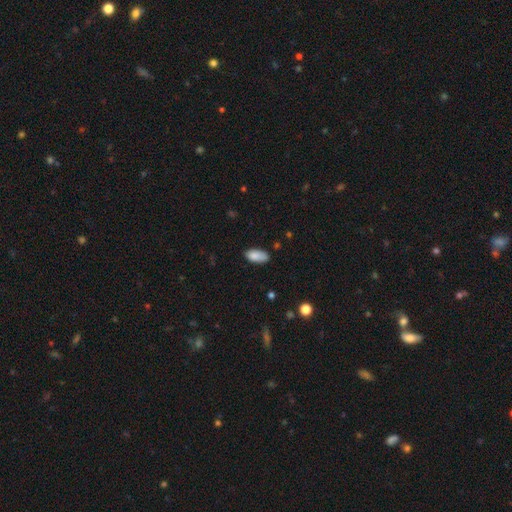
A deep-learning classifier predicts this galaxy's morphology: Q: Smooth or featured?
A: smooth (87%); runner-up: star or artifact (7%)
Q: How rounded?
A: in between (92%); runner-up: cigar-shaped (6%)
Q: Merging?
A: none (78%); runner-up: minor disturbance (18%)